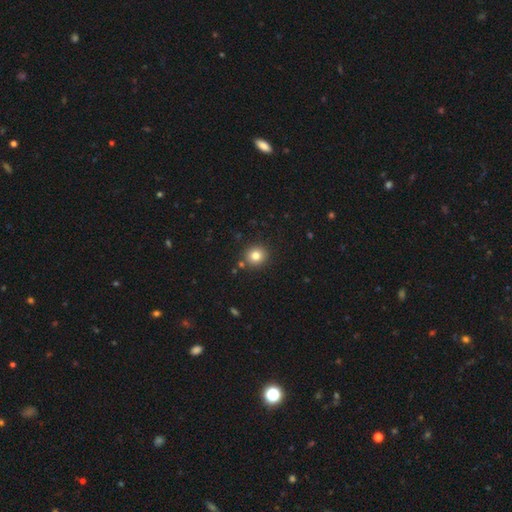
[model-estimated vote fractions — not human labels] smooth_or_featured: smooth (p=0.81) [alt: star or artifact p=0.12]
how_rounded: round (p=0.90) [alt: in between p=0.10]
merging: none (p=0.87) [alt: minor disturbance p=0.07]